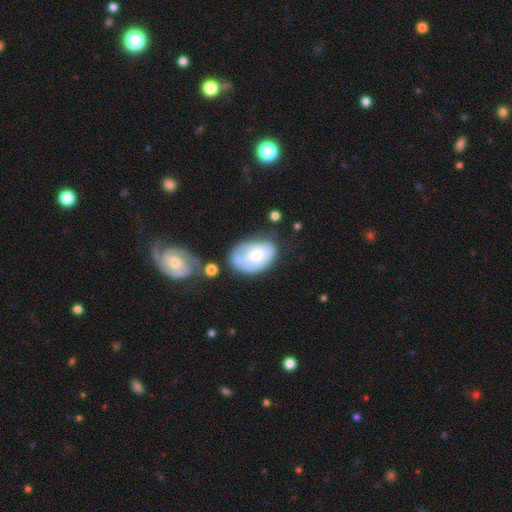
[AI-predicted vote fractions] smooth_or_featured: smooth (p=0.50) [alt: featured or disk p=0.43]
how_rounded: in between (p=0.85) [alt: round p=0.14]
merging: none (p=0.41) [alt: minor disturbance p=0.31]